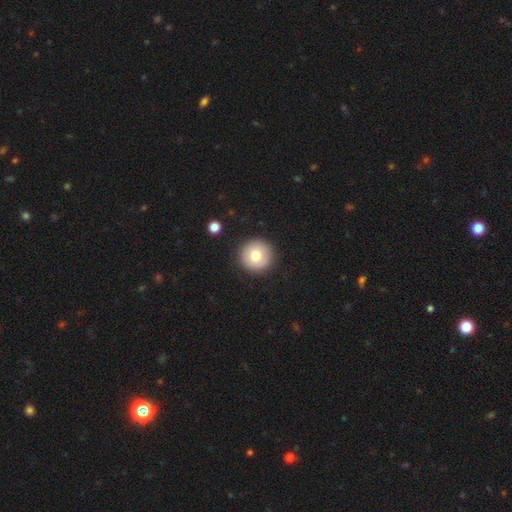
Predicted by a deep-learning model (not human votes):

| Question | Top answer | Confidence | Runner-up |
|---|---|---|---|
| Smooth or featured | smooth | 75% | featured or disk (16%) |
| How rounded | round | 96% | in between (3%) |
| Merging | none | 91% | minor disturbance (5%) |